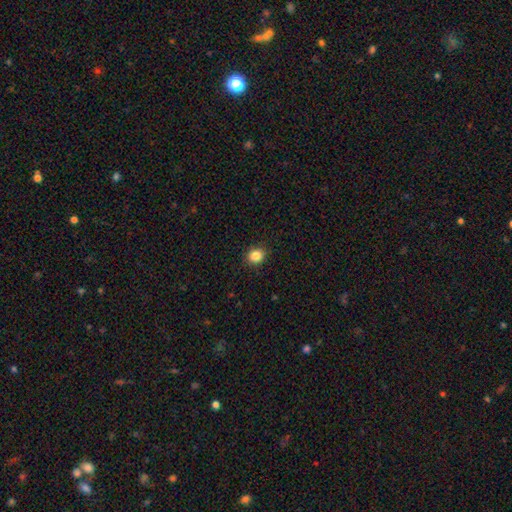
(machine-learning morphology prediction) The model was most divided on "how rounded": round: 73%, in between: 26%, cigar-shaped: 1%. More confident: merging — none (90%); smooth or featured — smooth (85%).